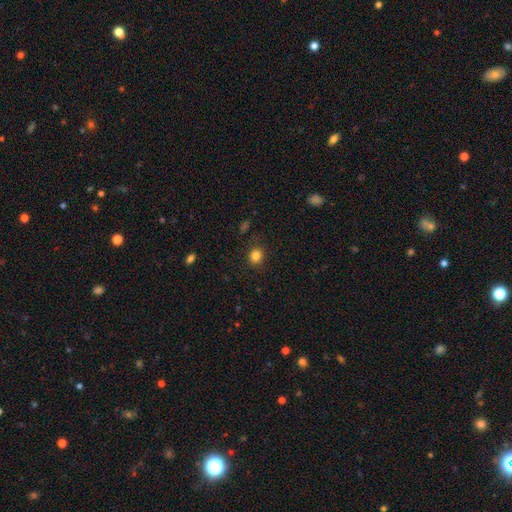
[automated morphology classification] type=smooth (83%); roundness=round (83%); merging=none (89%).